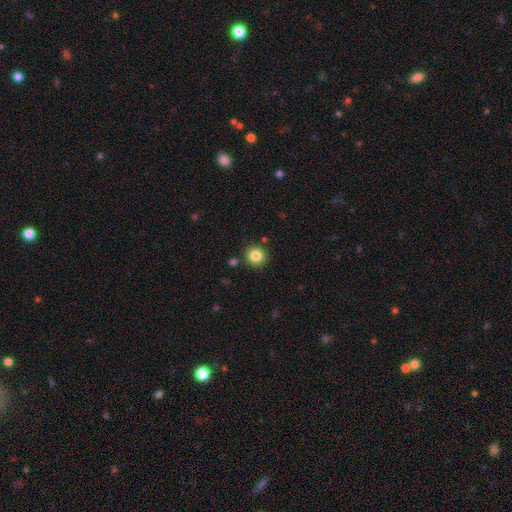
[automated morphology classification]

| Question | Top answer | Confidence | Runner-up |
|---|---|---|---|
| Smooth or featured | smooth | 84% | star or artifact (11%) |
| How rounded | round | 91% | in between (8%) |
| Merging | none | 86% | minor disturbance (8%) |